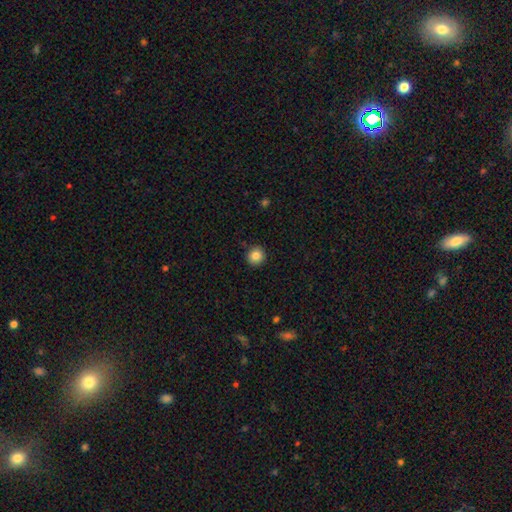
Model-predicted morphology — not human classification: Q: Smooth or featured?
A: smooth (85%); runner-up: star or artifact (10%)
Q: How rounded?
A: round (93%); runner-up: in between (6%)
Q: Merging?
A: none (90%); runner-up: minor disturbance (7%)